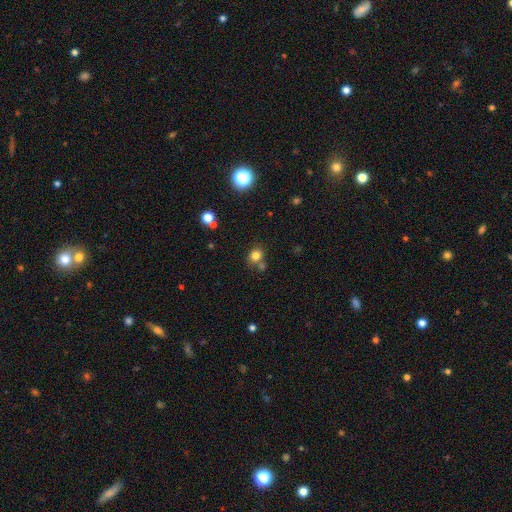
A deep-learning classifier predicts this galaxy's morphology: This appears to be a smooth galaxy with no disk features (79%) that is round (70%). Merging: none (64%).